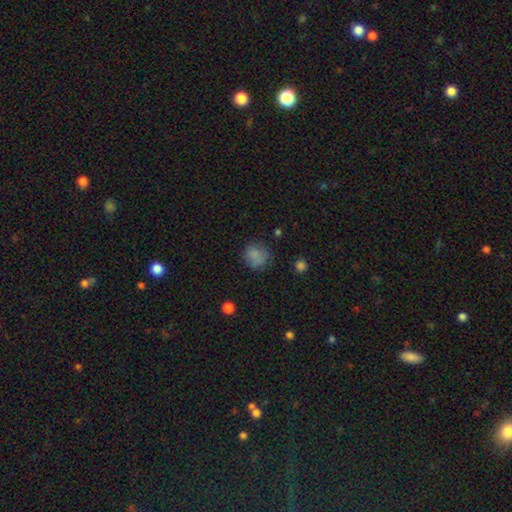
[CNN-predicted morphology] Overall: smooth (80%). How rounded: round (80%). Merging: none (67%).